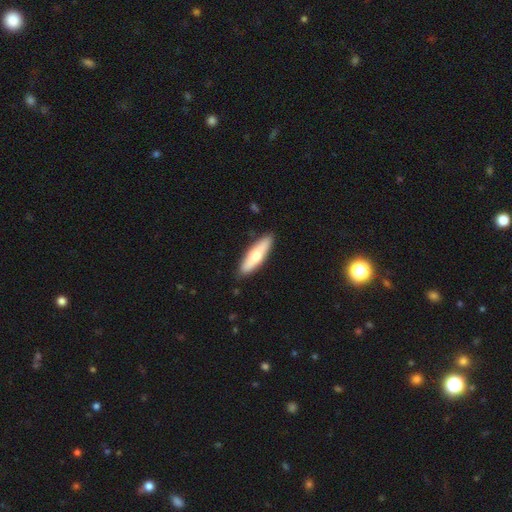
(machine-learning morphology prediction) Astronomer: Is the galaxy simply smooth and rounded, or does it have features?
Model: smooth — 69%.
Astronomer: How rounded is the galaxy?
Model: cigar-shaped — 69%.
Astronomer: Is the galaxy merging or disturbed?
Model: none — 87%.